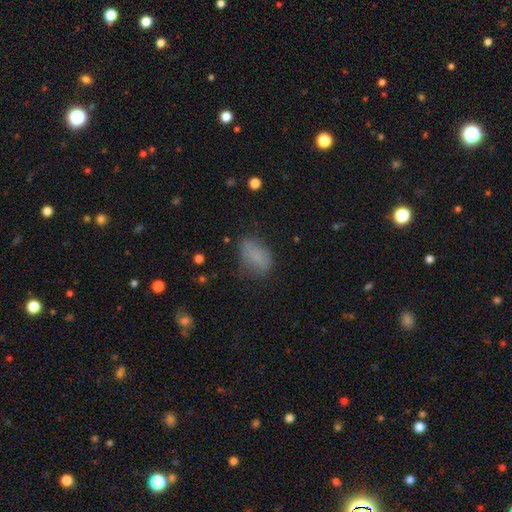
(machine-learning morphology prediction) Overall: smooth (78%). How rounded: in between (87%). Merging: none (60%; minor disturbance 26%).